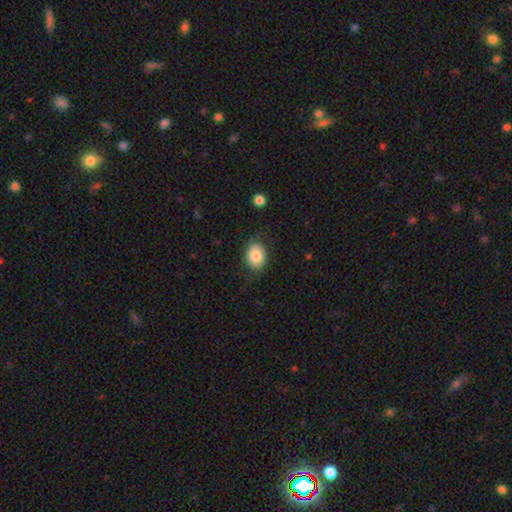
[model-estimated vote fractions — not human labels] This is clearly a smooth galaxy (83%). How rounded: likely in between (66%). Merging: likely none (78%).